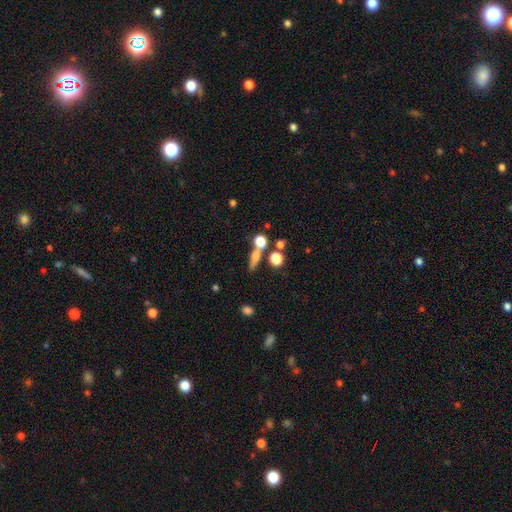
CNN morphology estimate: type=smooth (61%); roundness=cigar-shaped (37%); merging=none (53%).